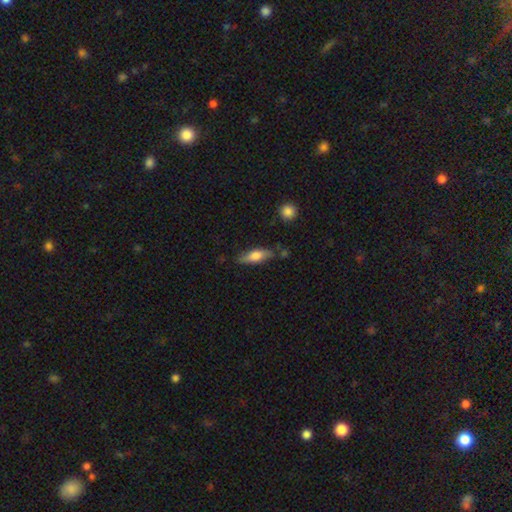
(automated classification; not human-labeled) smooth 66%, featured or disk 28%, star or artifact 6%. Down the decision tree: how rounded — in between (55%); merging — none (75%).